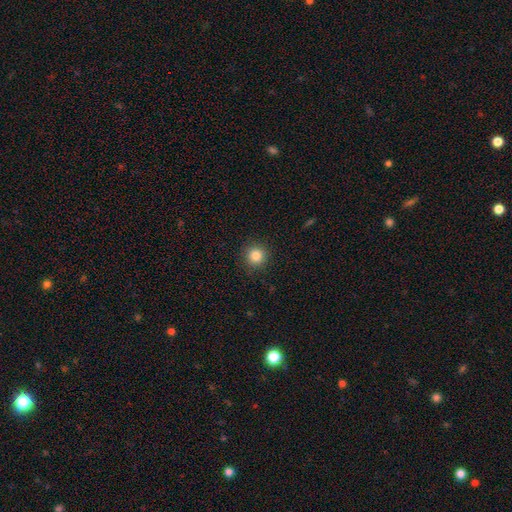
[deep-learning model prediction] Overall: smooth (84%). How rounded: round (94%). Merging: none (91%).